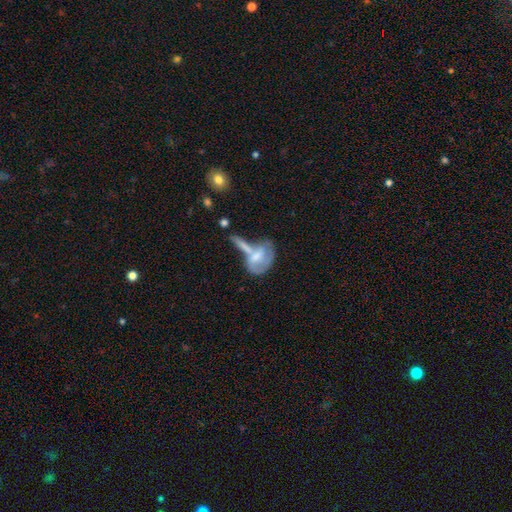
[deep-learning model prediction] A featured or disk galaxy (52%). Merging: merger (48%).